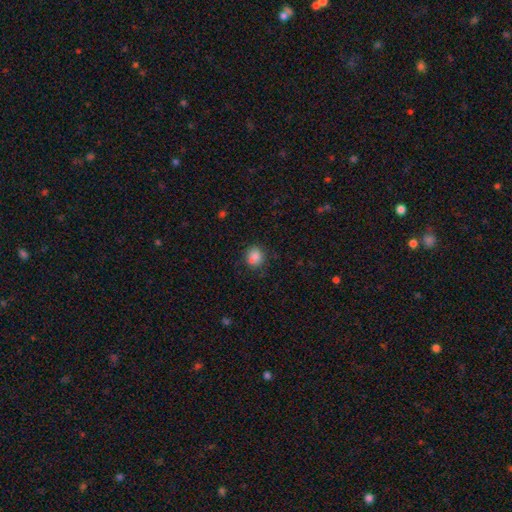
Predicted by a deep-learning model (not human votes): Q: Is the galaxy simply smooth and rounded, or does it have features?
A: smooth — 84%.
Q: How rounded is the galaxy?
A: round — 73%.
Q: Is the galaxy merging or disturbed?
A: none — 71%.